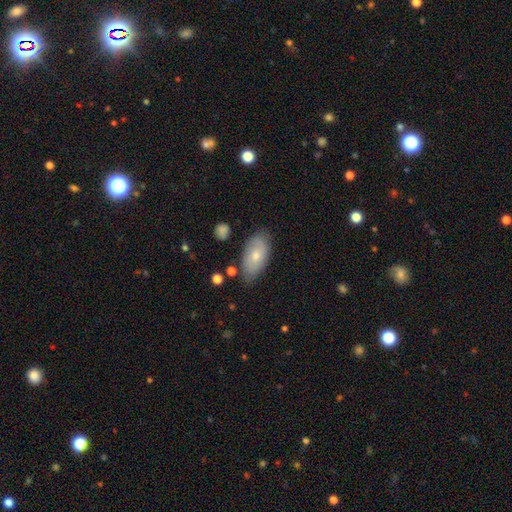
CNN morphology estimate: Q: Smooth or featured?
A: smooth (66%); runner-up: featured or disk (28%)
Q: How rounded?
A: in between (93%); runner-up: round (4%)
Q: Merging?
A: none (72%); runner-up: minor disturbance (21%)